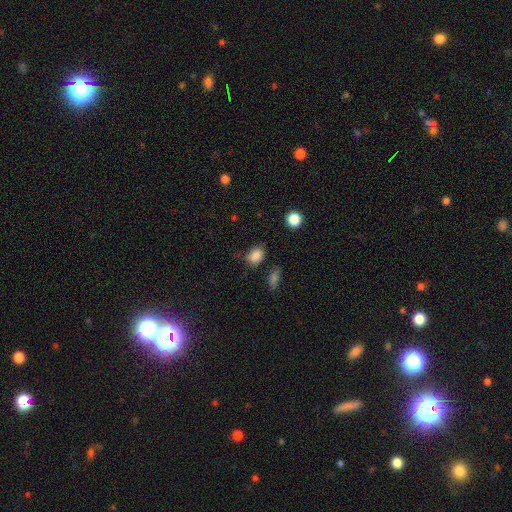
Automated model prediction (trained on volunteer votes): smooth-or-featured: smooth: 86% | star or artifact: 10% | featured or disk: 4%
  how-rounded: in between: 67% | round: 31% | cigar-shaped: 1%
  merging: none: 73% | minor disturbance: 19% | major disturbance: 5% | merger: 3%